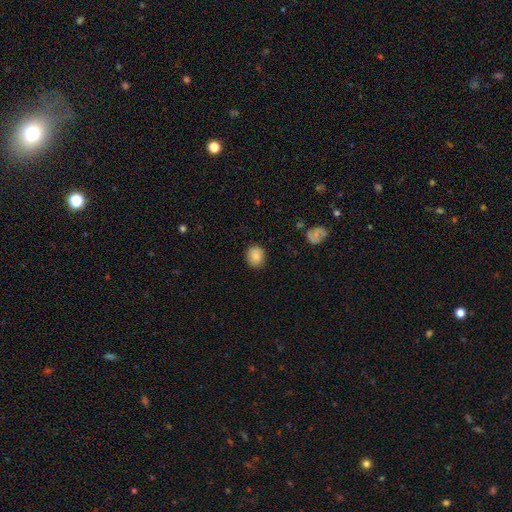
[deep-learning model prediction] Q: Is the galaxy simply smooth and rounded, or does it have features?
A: smooth — 85%.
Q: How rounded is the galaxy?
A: round — 73%.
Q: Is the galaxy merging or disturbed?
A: none — 85%.